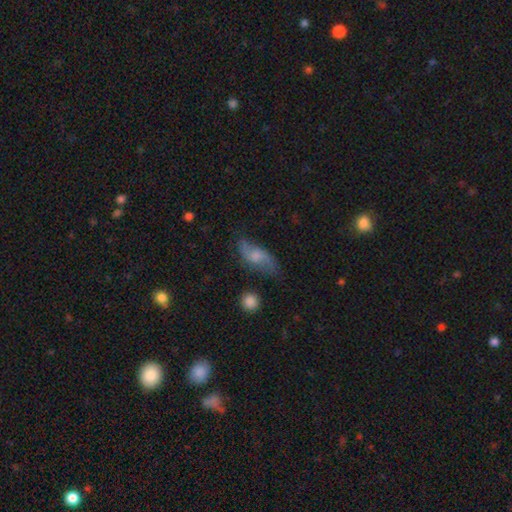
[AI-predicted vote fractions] This is possibly a featured or disk galaxy (46%, tied with smooth). Merging: possibly none (60%).